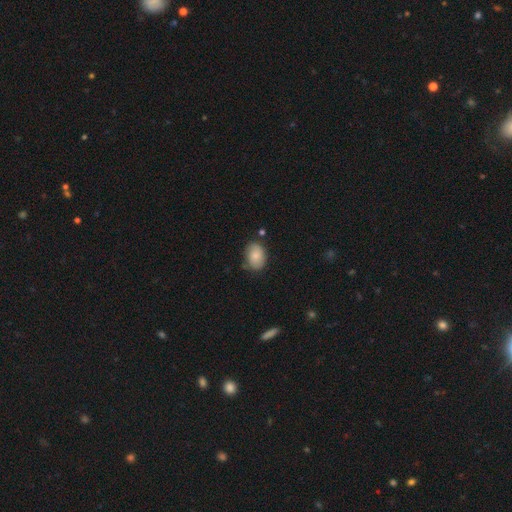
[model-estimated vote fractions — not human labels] Smooth or featured? smooth (81%)
How rounded? in between (79%)
Merging? none (72%)